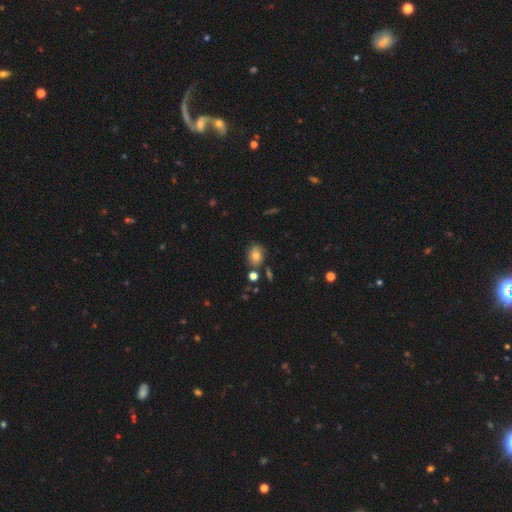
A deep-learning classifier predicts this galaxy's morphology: type=smooth (75%); roundness=round (58%); merging=none (71%).